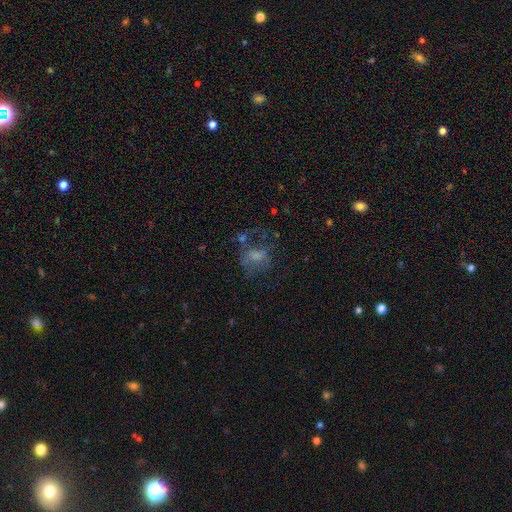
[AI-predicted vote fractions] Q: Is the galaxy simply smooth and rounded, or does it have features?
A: smooth — 45%.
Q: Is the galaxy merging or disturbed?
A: none — 38%.